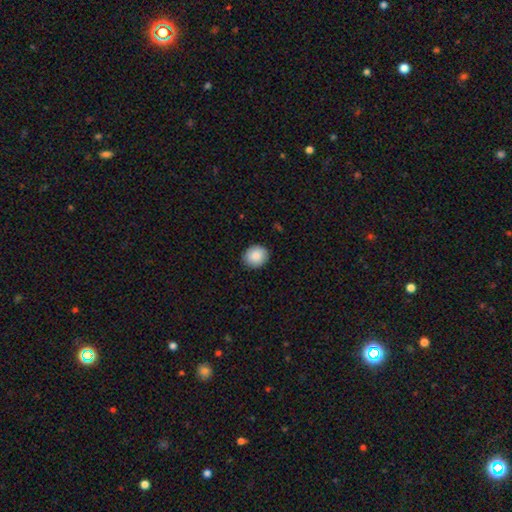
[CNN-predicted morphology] type=smooth (88%); roundness=round (81%); merging=none (90%).